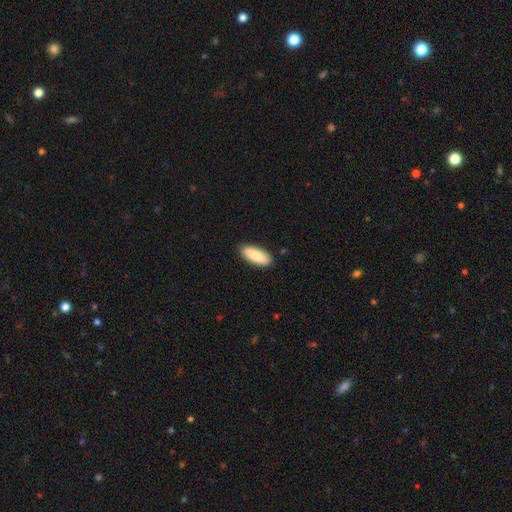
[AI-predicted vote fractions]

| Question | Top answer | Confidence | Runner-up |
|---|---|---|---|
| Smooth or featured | smooth | 85% | featured or disk (10%) |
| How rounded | in between | 68% | cigar-shaped (31%) |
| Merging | none | 89% | minor disturbance (9%) |